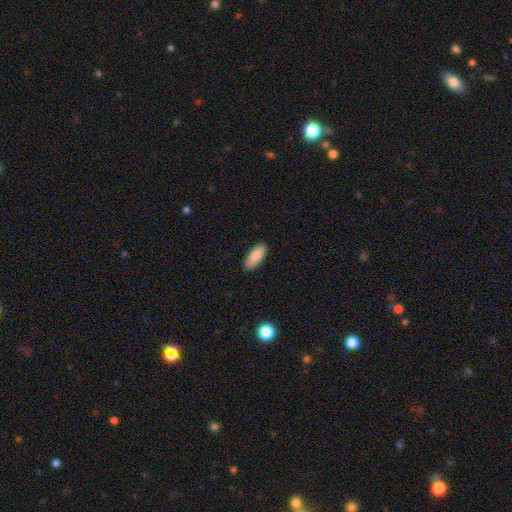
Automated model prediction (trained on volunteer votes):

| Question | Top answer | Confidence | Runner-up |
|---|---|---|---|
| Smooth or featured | smooth | 87% | featured or disk (7%) |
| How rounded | in between | 83% | cigar-shaped (15%) |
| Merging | none | 85% | minor disturbance (12%) |